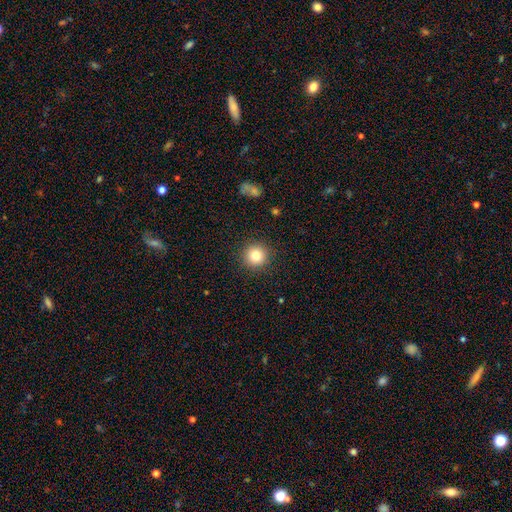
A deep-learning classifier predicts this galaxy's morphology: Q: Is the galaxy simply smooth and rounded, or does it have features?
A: smooth — 82%.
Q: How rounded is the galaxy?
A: round — 95%.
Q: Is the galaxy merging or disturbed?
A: none — 91%.